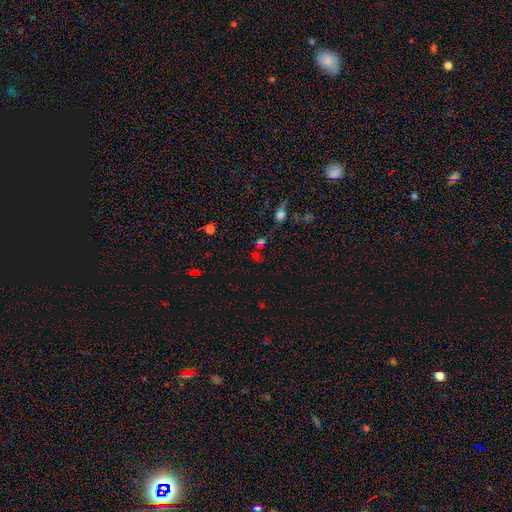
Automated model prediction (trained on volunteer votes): smooth-or-featured: star or artifact: 51% | smooth: 39% | featured or disk: 10%